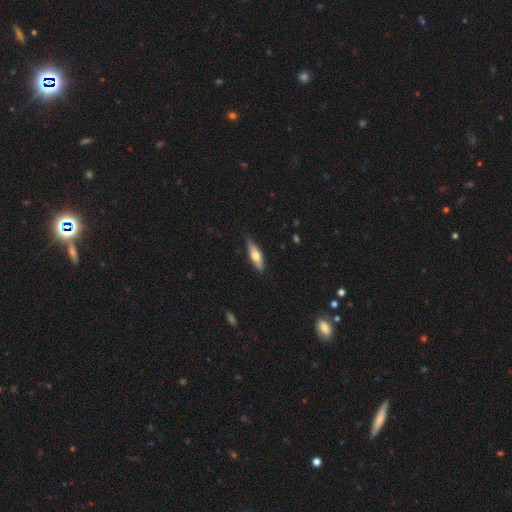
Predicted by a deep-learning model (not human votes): This appears to be a smooth galaxy with no disk features (55%) that is cigar-shaped (56%). Merging: none (83%).